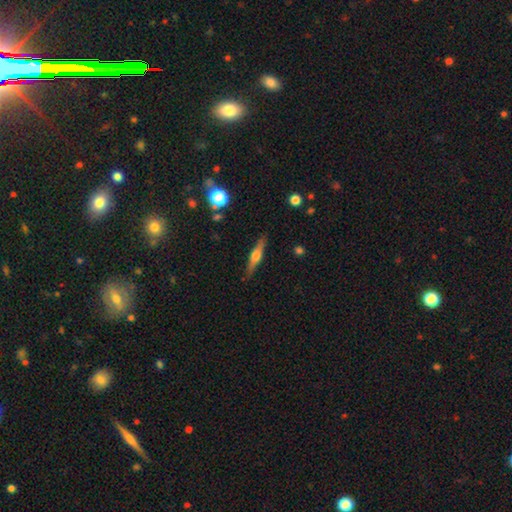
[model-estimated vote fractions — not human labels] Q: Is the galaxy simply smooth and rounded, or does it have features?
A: featured or disk — 62%.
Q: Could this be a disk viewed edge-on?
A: yes — 96%.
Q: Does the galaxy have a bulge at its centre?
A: rounded — 92%.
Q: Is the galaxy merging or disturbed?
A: none — 88%.